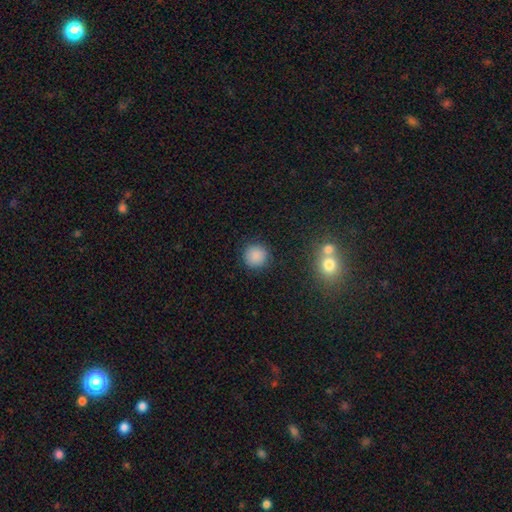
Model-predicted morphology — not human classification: Smooth or featured? Predicted: smooth (p=0.86). How rounded? Predicted: round (p=0.93). Merging? Predicted: none (p=0.88).